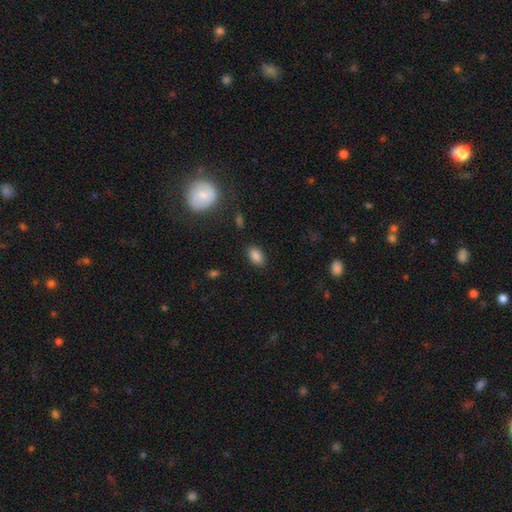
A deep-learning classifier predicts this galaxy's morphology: This appears to be a smooth galaxy with no disk features (86%) that is in between round and cigar-shaped (91%). Merging: none (85%).